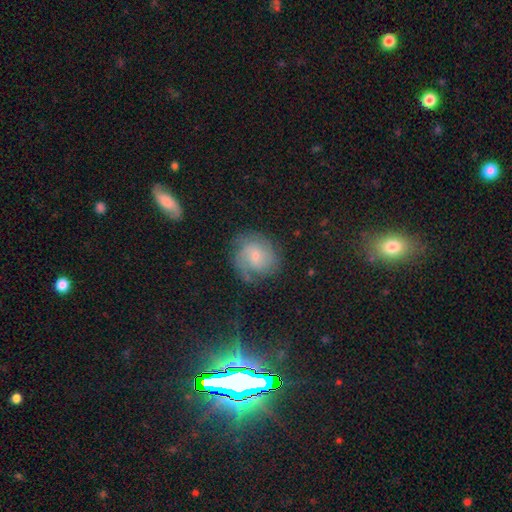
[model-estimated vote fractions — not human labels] Smooth or featured: featured or disk — 58% (smooth — 26%)
Edge-on disk: no — 97% (yes — 3%)
Bar: no — 63% (weak — 31%)
Spiral arms: yes — 89% (no — 11%)
Bulge size: small — 59% (moderate — 33%)
Merging: none — 69% (minor disturbance — 20%)